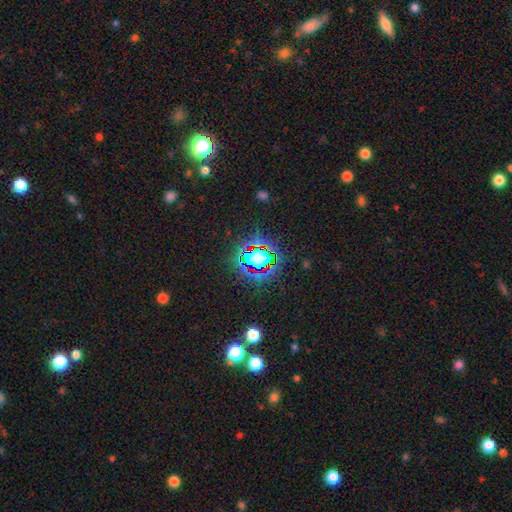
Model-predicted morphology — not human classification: This is likely a star or artifact rather than a galaxy (65%).